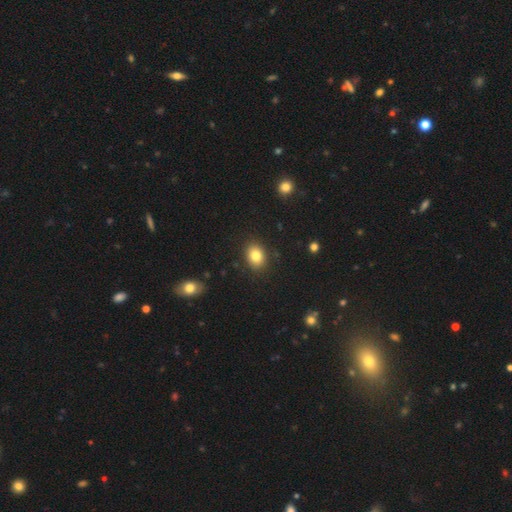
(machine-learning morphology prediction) smooth-or-featured: smooth: 83% | star or artifact: 10% | featured or disk: 8%
  how-rounded: in between: 64% | round: 35% | cigar-shaped: 1%
  merging: none: 87% | minor disturbance: 9% | major disturbance: 2% | merger: 1%